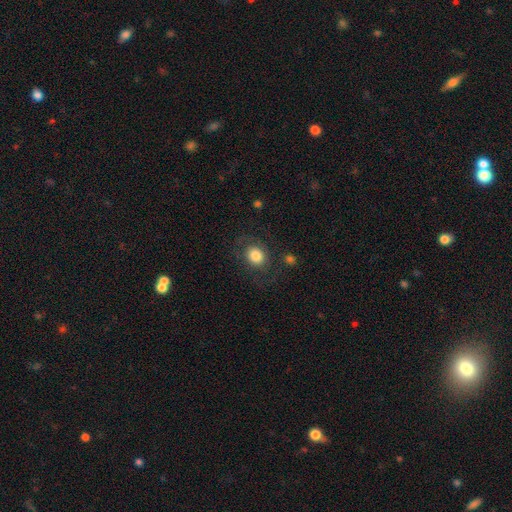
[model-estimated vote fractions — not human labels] Q: Smooth or featured?
A: smooth (77%); runner-up: featured or disk (15%)
Q: How rounded?
A: round (61%); runner-up: in between (38%)
Q: Merging?
A: none (72%); runner-up: minor disturbance (15%)